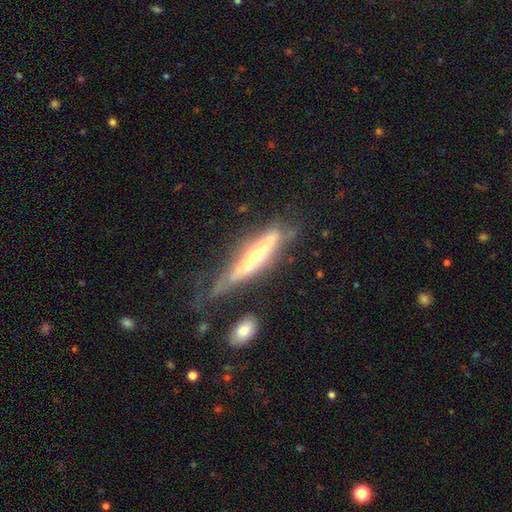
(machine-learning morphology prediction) Smooth or featured: featured or disk — 70% (smooth — 24%)
Edge-on disk: yes — 67% (no — 33%)
Merging: none — 43% (minor disturbance — 30%)